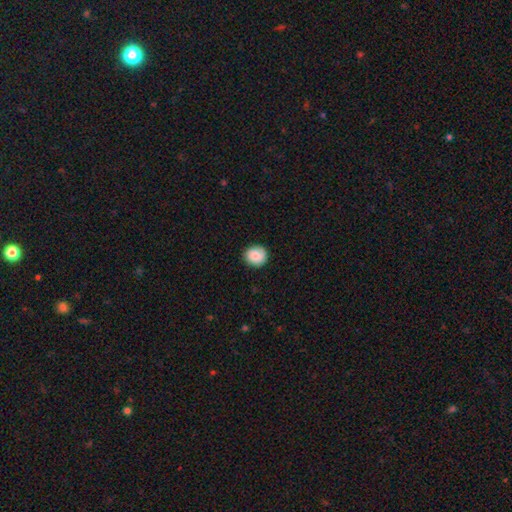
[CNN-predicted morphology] smooth_or_featured: smooth (p=0.84) [alt: featured or disk p=0.09]
how_rounded: round (p=0.90) [alt: in between p=0.09]
merging: none (p=0.87) [alt: minor disturbance p=0.10]